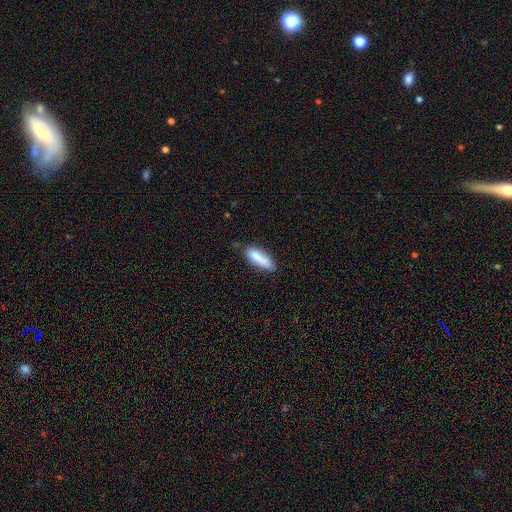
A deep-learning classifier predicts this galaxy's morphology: Overall: smooth (76%). How rounded: in between (55%; cigar-shaped 43%). Merging: none (54%; minor disturbance 26%).